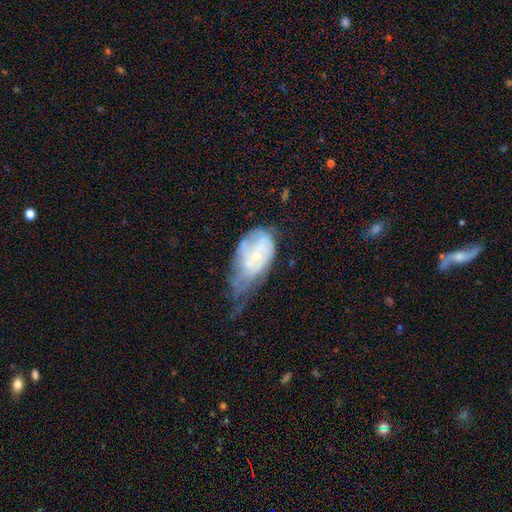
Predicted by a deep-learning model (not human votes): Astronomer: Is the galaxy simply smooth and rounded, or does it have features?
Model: featured or disk — 66%.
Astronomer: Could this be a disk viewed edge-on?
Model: no — 95%.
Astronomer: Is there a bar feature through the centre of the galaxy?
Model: no — 75%.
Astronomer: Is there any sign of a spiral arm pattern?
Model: yes — 63%.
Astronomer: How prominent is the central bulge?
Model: small — 65%.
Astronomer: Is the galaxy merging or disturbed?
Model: major disturbance — 38% (runner-up: minor disturbance, 35%).